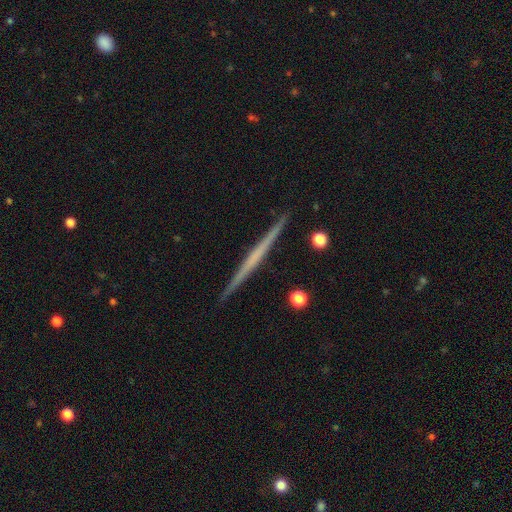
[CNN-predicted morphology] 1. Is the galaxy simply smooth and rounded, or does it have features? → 66% featured or disk, 28% smooth, 6% star or artifact.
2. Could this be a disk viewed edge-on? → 98% yes, 2% no.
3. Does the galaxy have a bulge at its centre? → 85% none, 10% rounded, 5% boxy.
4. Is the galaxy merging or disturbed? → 93% none, 5% minor disturbance, 1% merger, 1% major disturbance.